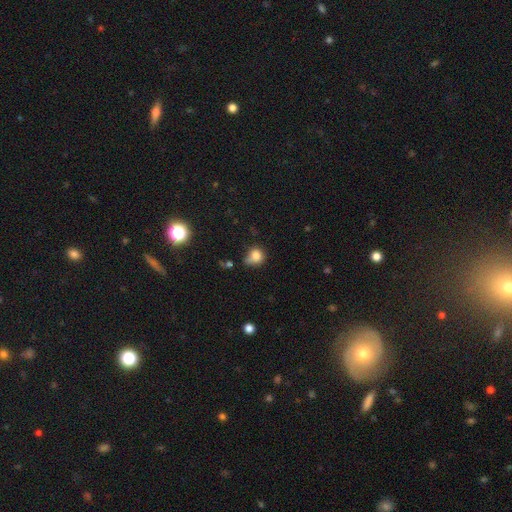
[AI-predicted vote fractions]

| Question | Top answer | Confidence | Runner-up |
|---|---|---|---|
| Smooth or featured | smooth | 80% | star or artifact (12%) |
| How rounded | round | 75% | in between (24%) |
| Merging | none | 44% | minor disturbance (34%) |